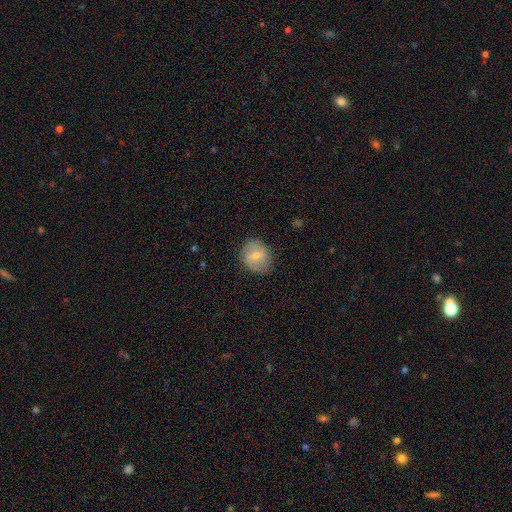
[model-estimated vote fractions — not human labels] Smooth or featured: smooth — 58% (featured or disk — 35%)
How rounded: round — 72% (in between — 27%)
Merging: none — 80% (minor disturbance — 15%)